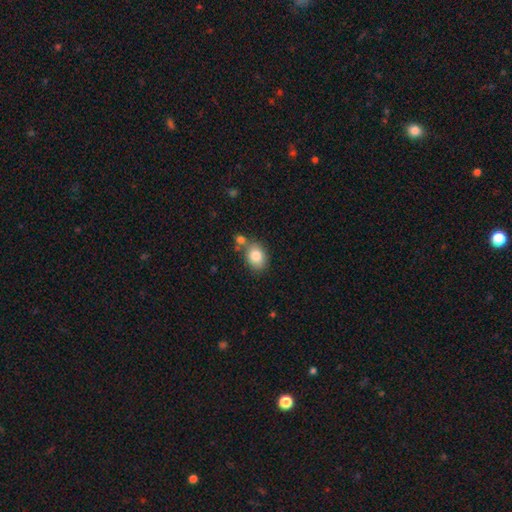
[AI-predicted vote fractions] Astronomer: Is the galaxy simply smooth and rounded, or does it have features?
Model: smooth — 83%.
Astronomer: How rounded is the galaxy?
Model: in between — 67%.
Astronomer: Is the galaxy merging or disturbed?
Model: none — 62%.